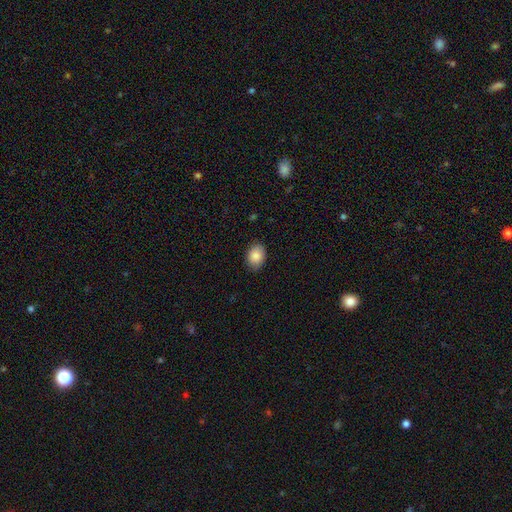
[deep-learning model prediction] This appears to be a smooth galaxy with no disk features (87%) that is in between round and cigar-shaped (71%). Merging: none (83%).